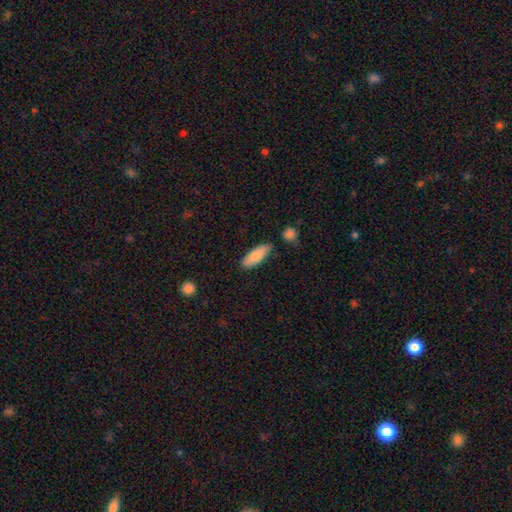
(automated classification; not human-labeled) This is clearly a smooth galaxy (83%). How rounded: likely in between (68%). Merging: likely none (78%).